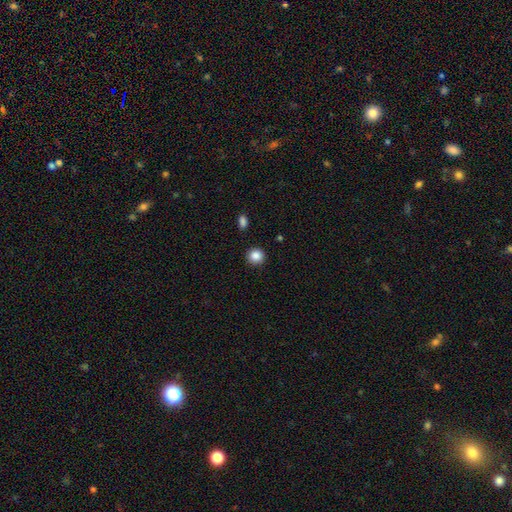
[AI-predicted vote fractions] smooth 86%, star or artifact 10%, featured or disk 4%. Down the decision tree: how rounded — round (92%); merging — none (90%).